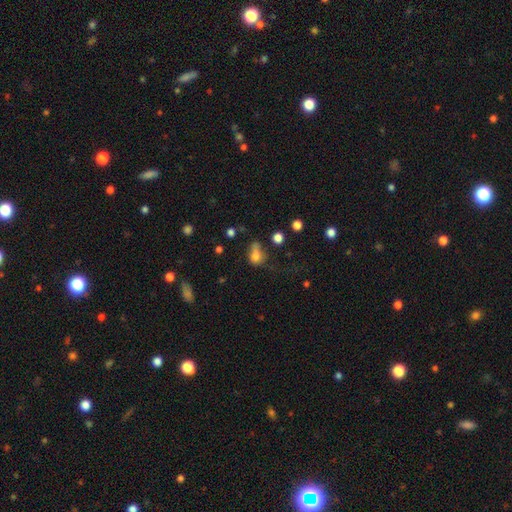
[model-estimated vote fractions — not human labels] smooth 71%, star or artifact 14%, featured or disk 14%. Down the decision tree: how rounded — in between (62%); merging — major disturbance (30%).